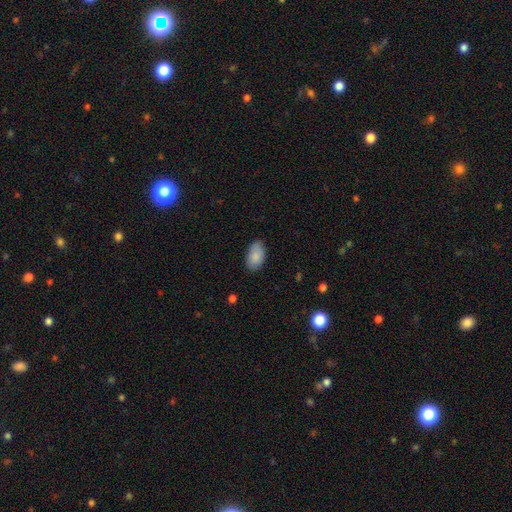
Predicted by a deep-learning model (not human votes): Smooth or featured?
  - smooth: 87% *
  - star or artifact: 7%
  - featured or disk: 6%
How rounded?
  - in between: 94% *
  - round: 4%
  - cigar-shaped: 2%
Merging?
  - none: 82% *
  - minor disturbance: 14%
  - major disturbance: 3%
  - merger: 1%